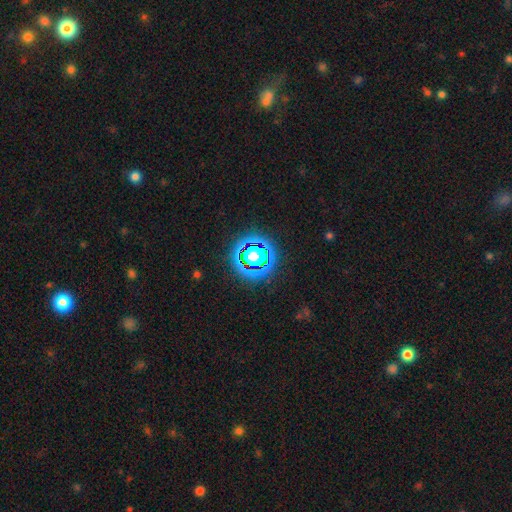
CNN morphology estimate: Smooth or featured? star or artifact (65%)